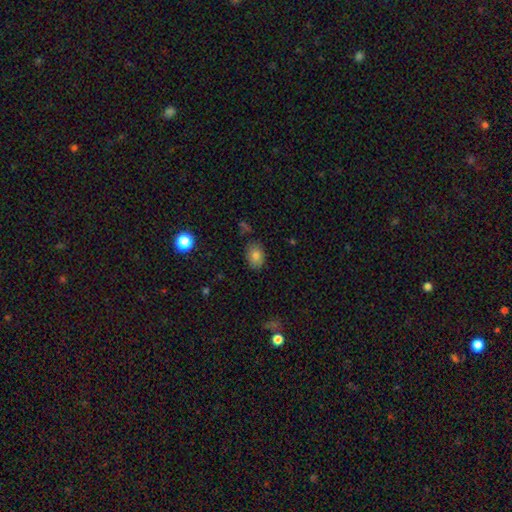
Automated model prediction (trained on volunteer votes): Overall: smooth (83%). How rounded: in between (75%). Merging: none (81%).